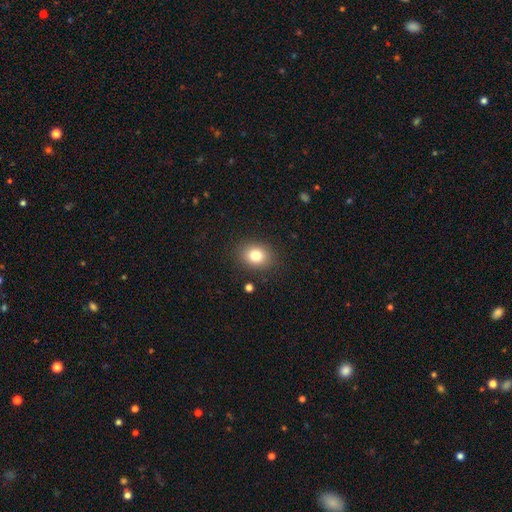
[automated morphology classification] This appears to be a smooth galaxy with no disk features (81%) that is round (52%). Merging: none (87%).